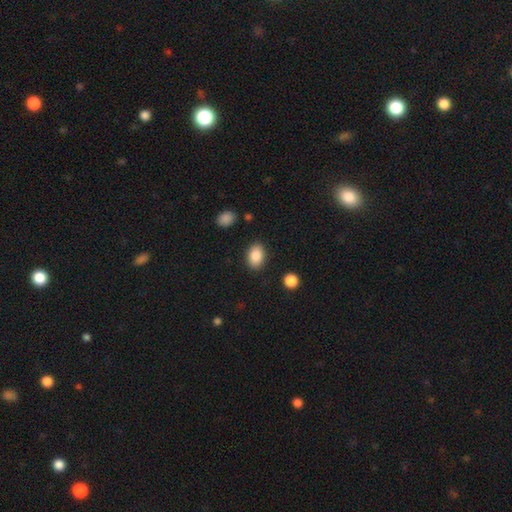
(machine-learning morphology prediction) Overall: smooth (87%). How rounded: in between (85%). Merging: none (86%).